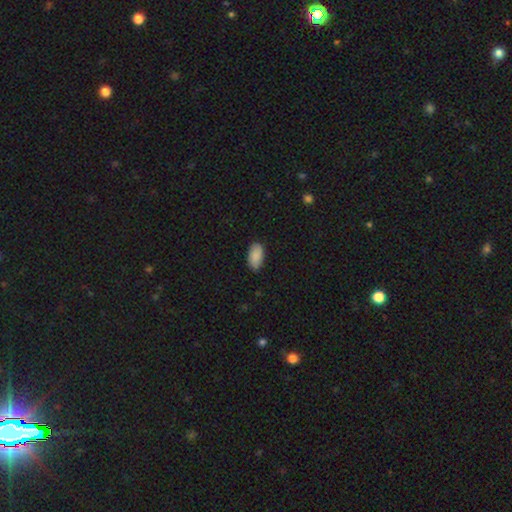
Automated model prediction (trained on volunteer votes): Overall: smooth (89%). How rounded: in between (95%). Merging: none (85%).